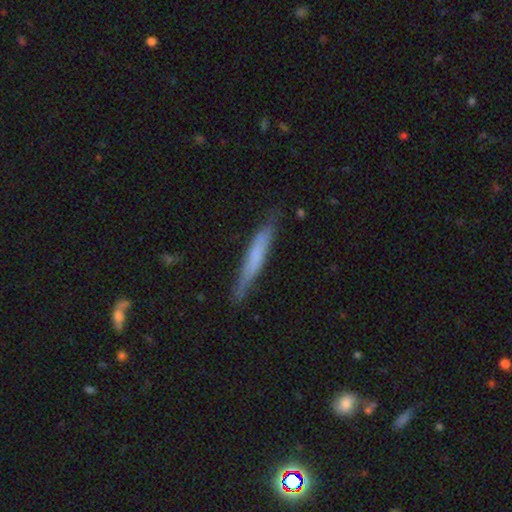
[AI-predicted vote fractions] Smooth or featured? smooth (58%)
How rounded? cigar-shaped (95%)
Merging? none (79%)